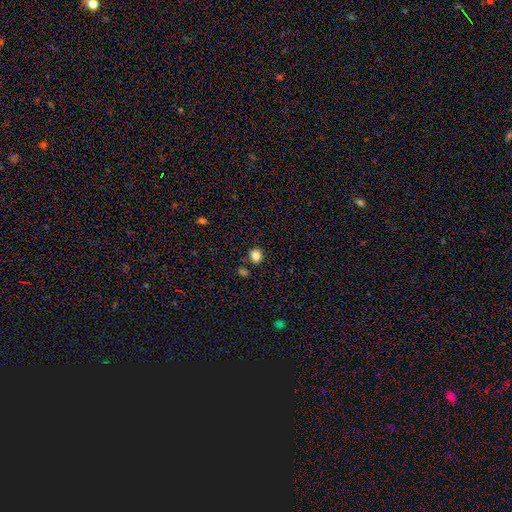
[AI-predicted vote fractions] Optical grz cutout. It shows a smooth galaxy with no disk features (84%) that is round (73%). Merging: none (81%).